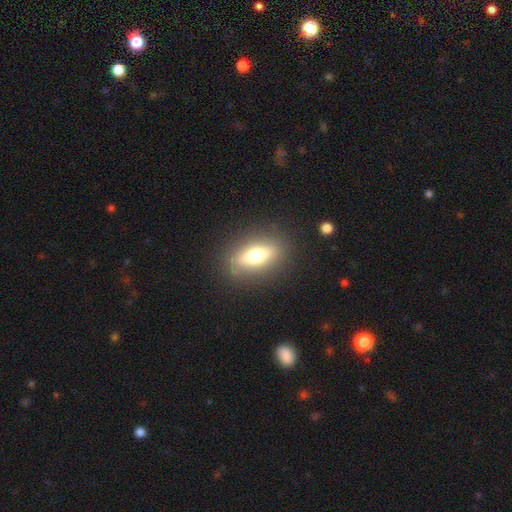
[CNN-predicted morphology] A smooth galaxy with no disk features (53%) that is in between round and cigar-shaped (67%). Merging: none (86%).